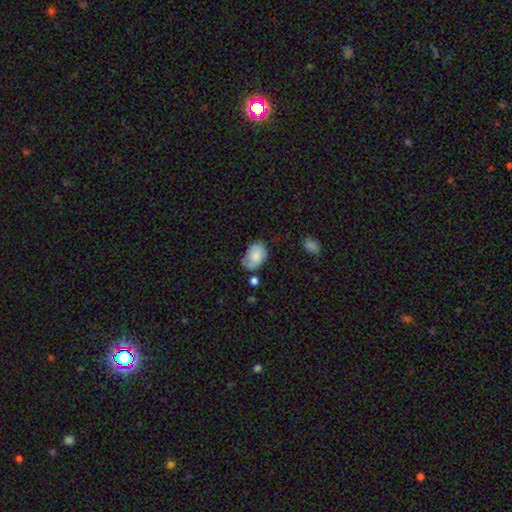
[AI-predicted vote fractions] smooth 75%, featured or disk 18%, star or artifact 7%. Down the decision tree: how rounded — in between (84%); merging — none (48%).